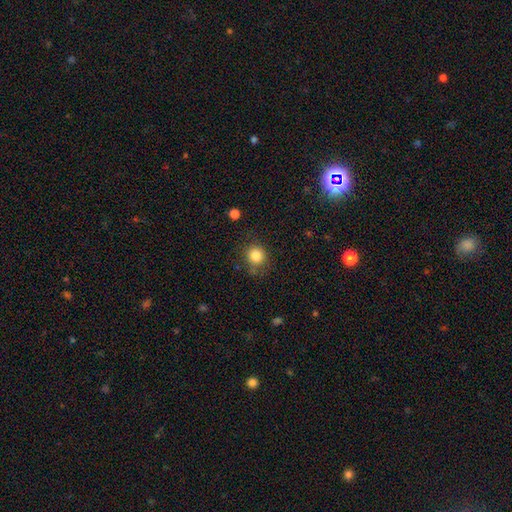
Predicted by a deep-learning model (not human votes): Smooth or featured? Predicted: smooth (p=0.83). How rounded? Predicted: round (p=0.87). Merging? Predicted: none (p=0.79).